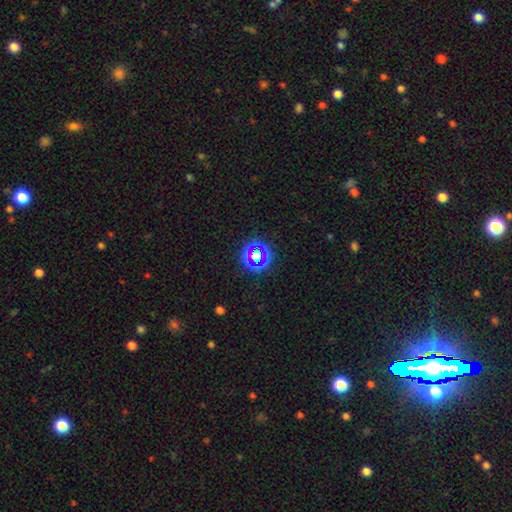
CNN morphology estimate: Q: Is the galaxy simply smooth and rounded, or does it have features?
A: star or artifact — 60%.